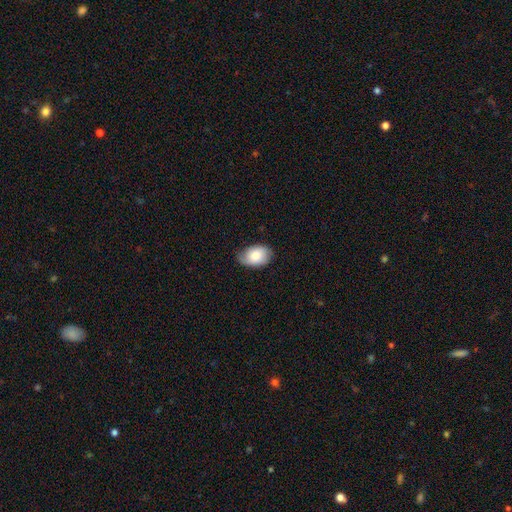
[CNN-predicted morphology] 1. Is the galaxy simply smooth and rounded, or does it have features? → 72% smooth, 21% featured or disk, 7% star or artifact.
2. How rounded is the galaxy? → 83% in between, 16% round, 1% cigar-shaped.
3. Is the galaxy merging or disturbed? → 66% none, 27% minor disturbance, 5% major disturbance, 1% merger.